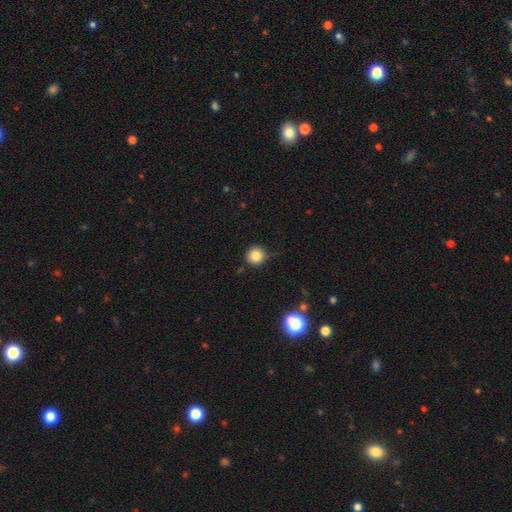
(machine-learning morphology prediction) A smooth galaxy with no disk features (82%) that is round (93%).

Vote fractions:
- Smooth or featured? smooth: 82% / star or artifact: 12% / featured or disk: 6%
- How rounded? round: 93% / in between: 6% / cigar-shaped: 1%
- Merging? none: 78% / minor disturbance: 16% / major disturbance: 3% / merger: 3%